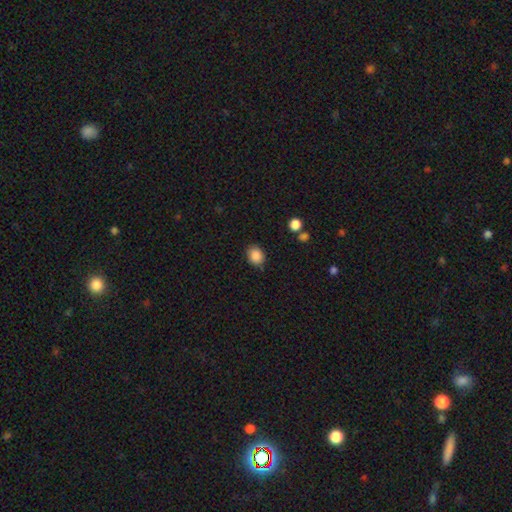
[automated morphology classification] Smooth or featured: smooth — 86% (star or artifact — 9%)
How rounded: round — 59% (in between — 41%)
Merging: none — 81% (minor disturbance — 13%)